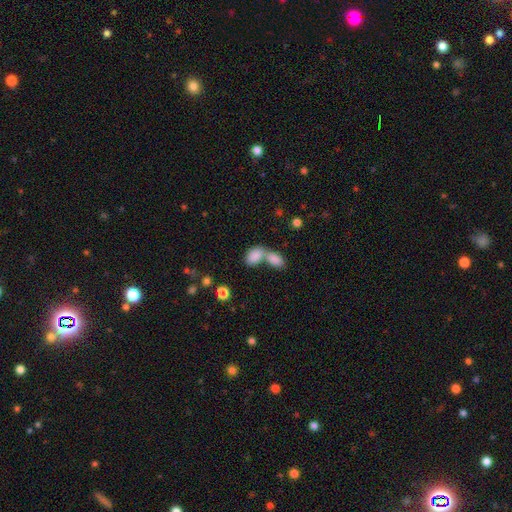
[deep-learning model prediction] Smooth or featured: smooth — 85% (star or artifact — 7%)
How rounded: in between — 92% (round — 7%)
Merging: merger — 63% (none — 27%)